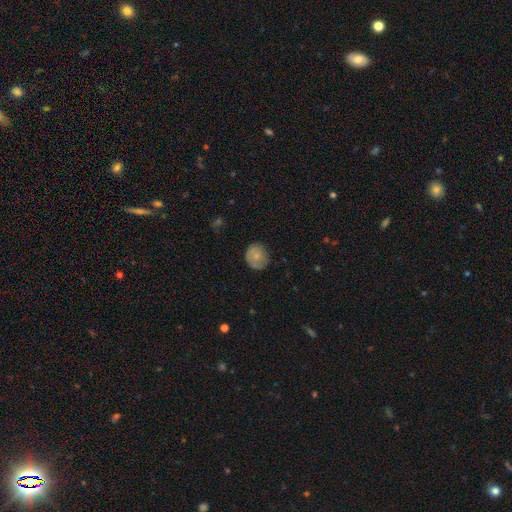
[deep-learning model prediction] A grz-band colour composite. It shows a smooth galaxy with no disk features (70%) that is round (85%). Merging: none (77%).